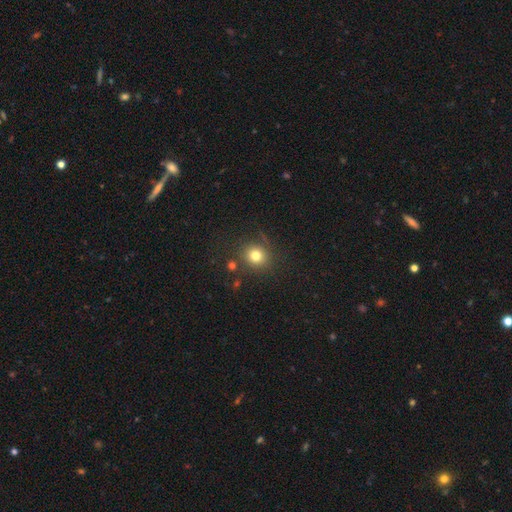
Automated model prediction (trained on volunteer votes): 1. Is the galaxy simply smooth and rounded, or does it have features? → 77% smooth, 15% star or artifact, 8% featured or disk.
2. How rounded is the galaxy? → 86% round, 13% in between, 1% cigar-shaped.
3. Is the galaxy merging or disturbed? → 81% none, 11% minor disturbance, 4% major disturbance, 4% merger.